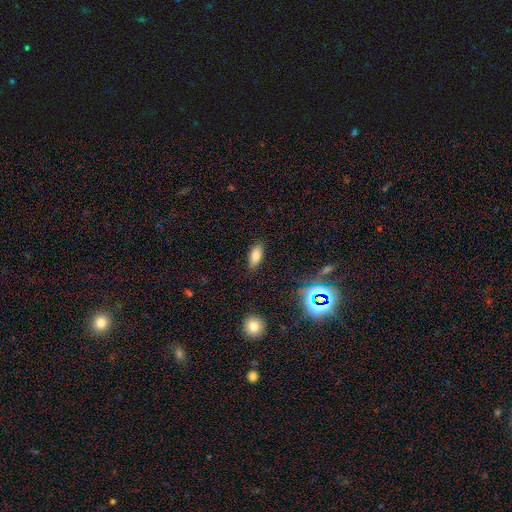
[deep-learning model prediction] Smooth or featured?
  - smooth: 79% *
  - star or artifact: 12%
  - featured or disk: 9%
How rounded?
  - in between: 83% *
  - cigar-shaped: 14%
  - round: 3%
Merging?
  - none: 86% *
  - minor disturbance: 10%
  - major disturbance: 3%
  - merger: 1%